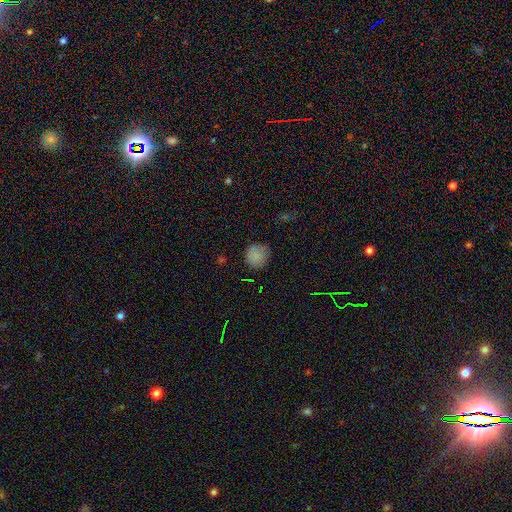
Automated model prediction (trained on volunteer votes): This appears to be a smooth galaxy with no disk features (82%) that is round (89%). Merging: none (77%).